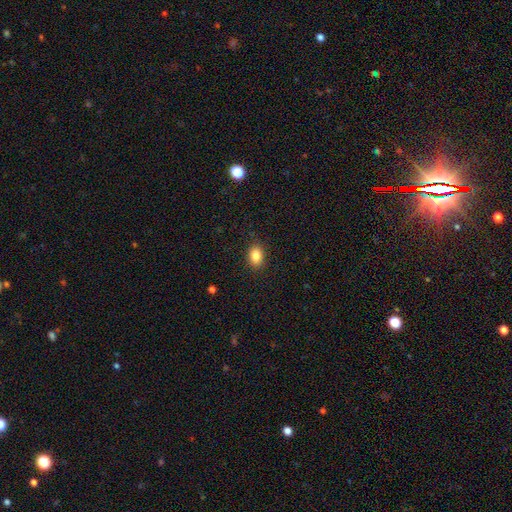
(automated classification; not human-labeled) Smooth or featured? Predicted: smooth (p=0.85). How rounded? Predicted: in between (p=0.75). Merging? Predicted: none (p=0.88).